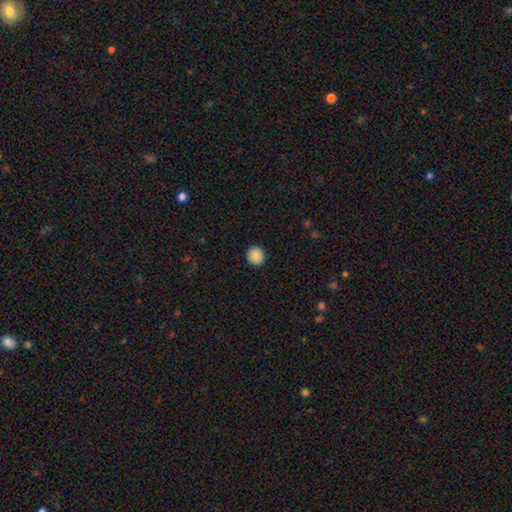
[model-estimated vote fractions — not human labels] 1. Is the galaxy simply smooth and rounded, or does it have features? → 89% smooth, 8% star or artifact, 3% featured or disk.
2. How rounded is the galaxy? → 89% round, 10% in between, 1% cigar-shaped.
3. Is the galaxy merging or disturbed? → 92% none, 5% minor disturbance, 2% major disturbance, 1% merger.